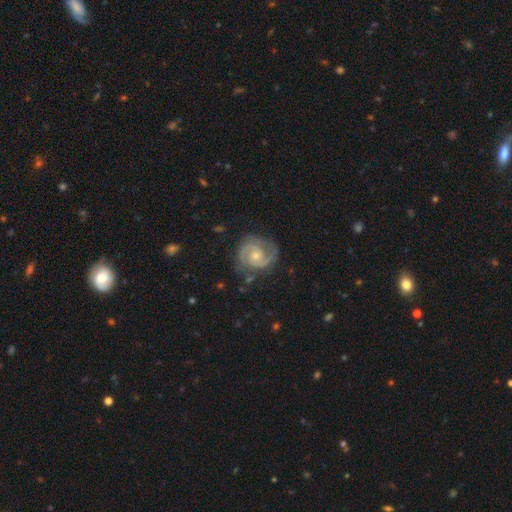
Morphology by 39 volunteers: Smooth or featured? 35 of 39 (90%) said featured or disk. Edge-on disk? 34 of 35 (97%) said no. Bar? 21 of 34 (62%) said no. Spiral arms? 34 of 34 (100%) said yes. Spiral winding? 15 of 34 (44%, tied with medium) said tight. Spiral arm count? 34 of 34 (100%) said 2. Bulge size? 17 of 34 (50%, tied with small) said moderate. Merging? 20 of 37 (54%) said none.